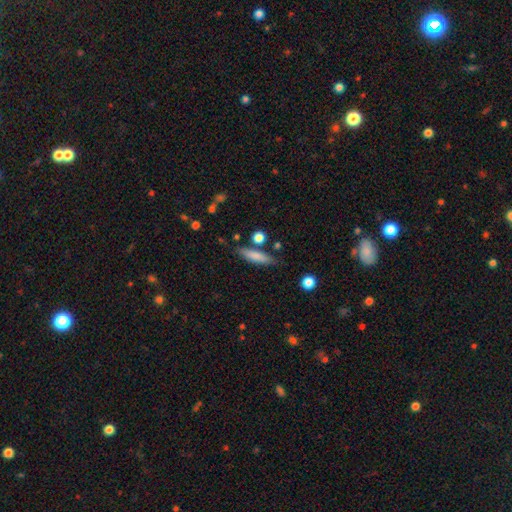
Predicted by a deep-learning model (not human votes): smooth-or-featured: smooth: 77% | featured or disk: 16% | star or artifact: 7%
  how-rounded: cigar-shaped: 75% | in between: 23% | round: 3%
  merging: none: 78% | minor disturbance: 13% | merger: 6% | major disturbance: 3%